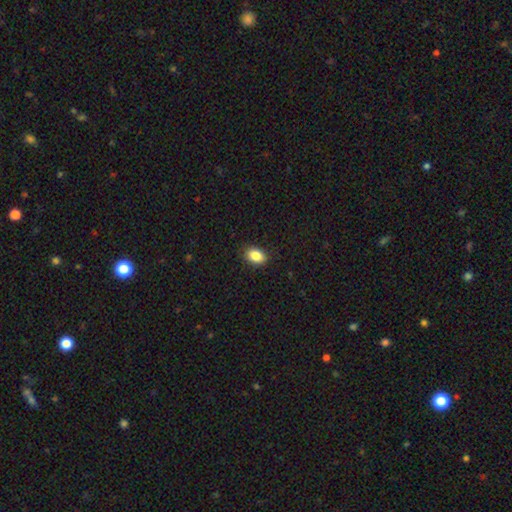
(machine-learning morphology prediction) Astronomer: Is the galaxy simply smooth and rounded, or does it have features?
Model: smooth — 86%.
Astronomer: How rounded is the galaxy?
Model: in between — 81%.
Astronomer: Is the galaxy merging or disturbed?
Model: none — 88%.